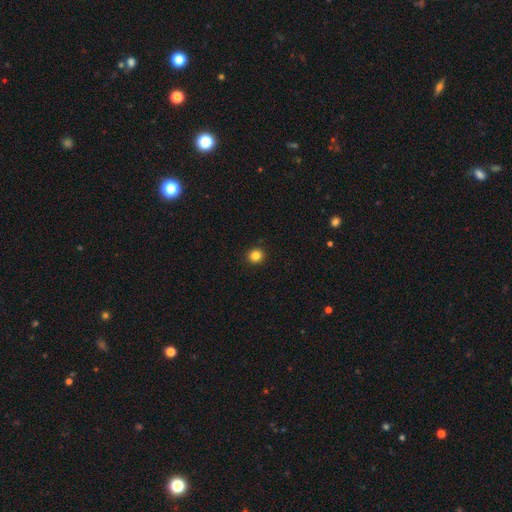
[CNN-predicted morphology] A smooth galaxy with no disk features (84%) that is round (92%).

Vote fractions:
- Smooth or featured? smooth: 84% / star or artifact: 12% / featured or disk: 5%
- How rounded? round: 92% / in between: 7% / cigar-shaped: 1%
- Merging? none: 93% / minor disturbance: 5% / major disturbance: 2% / merger: 1%